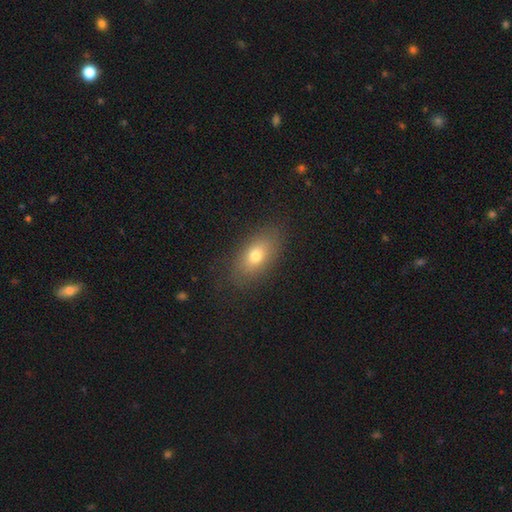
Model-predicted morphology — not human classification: Q: Smooth or featured?
A: smooth (73%); runner-up: featured or disk (17%)
Q: How rounded?
A: in between (85%); runner-up: round (10%)
Q: Merging?
A: none (84%); runner-up: minor disturbance (11%)